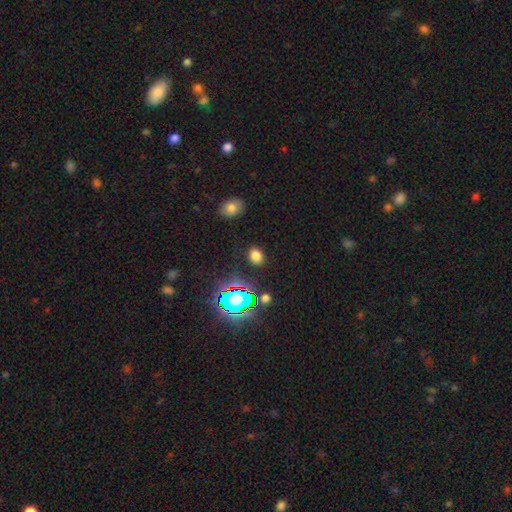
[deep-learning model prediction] Q: Smooth or featured?
A: smooth (73%); runner-up: star or artifact (21%)
Q: How rounded?
A: in between (56%); runner-up: round (43%)
Q: Merging?
A: none (87%); runner-up: minor disturbance (9%)